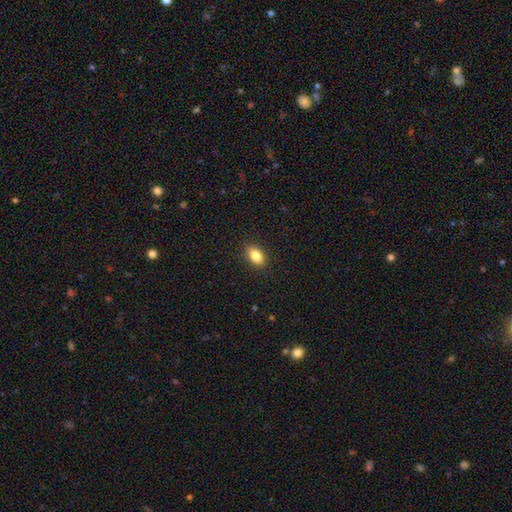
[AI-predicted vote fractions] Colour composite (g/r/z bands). It shows a smooth galaxy with no disk features (84%) that is in between round and cigar-shaped (86%). Merging: none (89%).